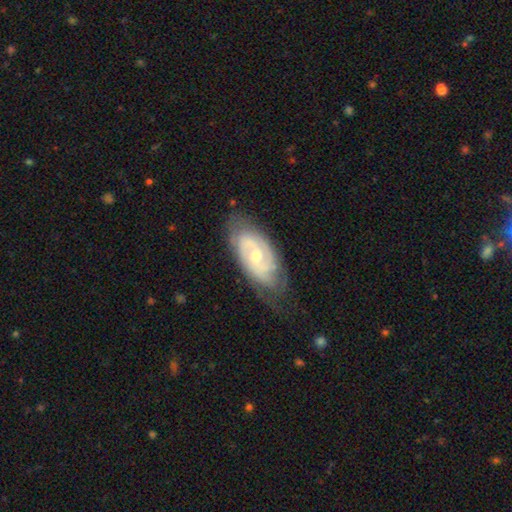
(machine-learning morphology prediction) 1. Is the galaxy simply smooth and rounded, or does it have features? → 80% featured or disk, 14% smooth, 5% star or artifact.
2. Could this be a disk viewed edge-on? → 94% no, 6% yes.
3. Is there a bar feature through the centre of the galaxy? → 58% no, 35% weak, 7% strong.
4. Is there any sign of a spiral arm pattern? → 92% yes, 8% no.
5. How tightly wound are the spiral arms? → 55% tight, 35% medium, 10% loose.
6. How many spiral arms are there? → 60% 2, 25% can't tell, 8% 3, 3% 1, 2% 4, 2% more than 4.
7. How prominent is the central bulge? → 50% moderate, 46% small, 2% large, 1% none, 1% dominant.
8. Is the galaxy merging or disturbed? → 69% none, 23% minor disturbance, 7% major disturbance, 1% merger.